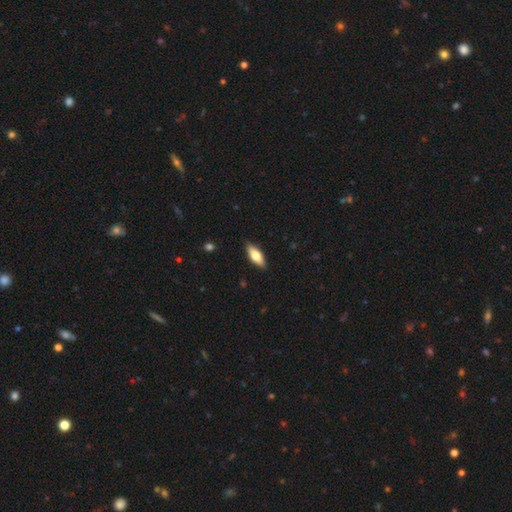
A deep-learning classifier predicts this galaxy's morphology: Smooth or featured? smooth (69%)
How rounded? in between (71%)
Merging? none (89%)